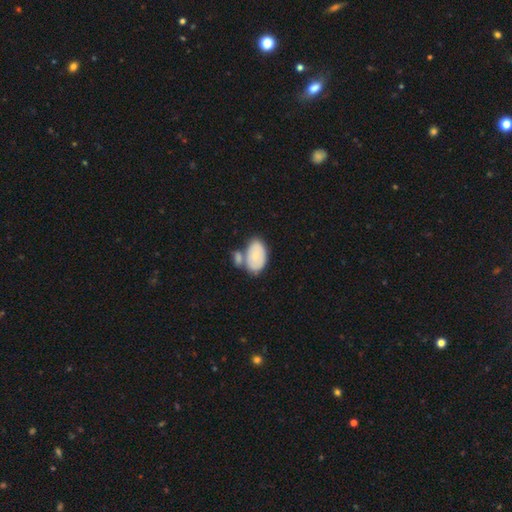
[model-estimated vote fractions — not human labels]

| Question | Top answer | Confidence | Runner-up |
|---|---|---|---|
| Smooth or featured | smooth | 69% | featured or disk (26%) |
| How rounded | in between | 92% | round (7%) |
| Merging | none | 40% | merger (37%) |